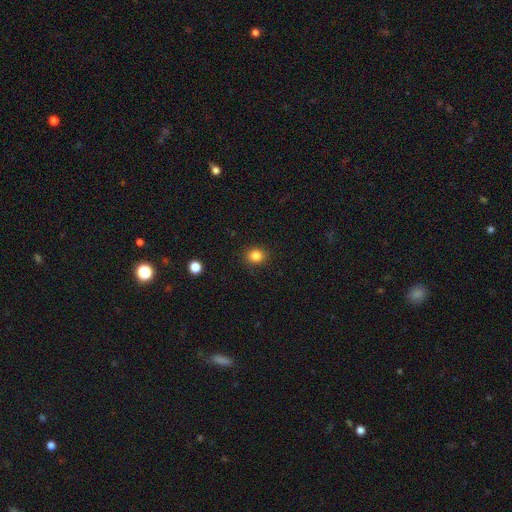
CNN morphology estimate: type=smooth (84%); roundness=round (80%); merging=none (90%).